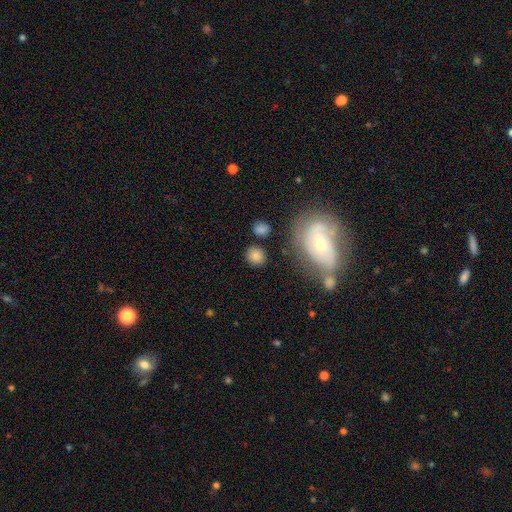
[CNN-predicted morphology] Smooth or featured? Predicted: smooth (p=0.81). How rounded? Predicted: round (p=0.77). Merging? Predicted: none (p=0.79).